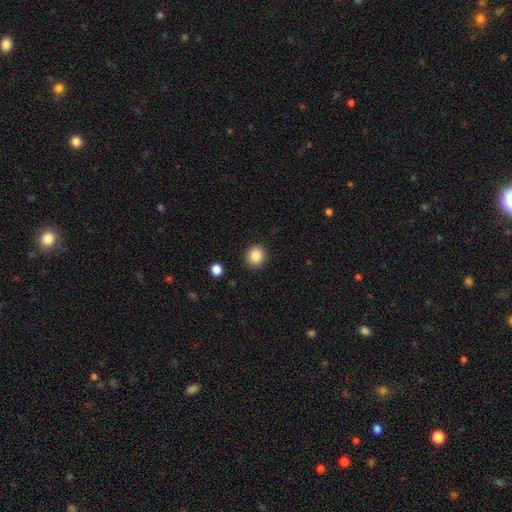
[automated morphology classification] Smooth or featured: smooth — 87% (star or artifact — 9%)
How rounded: round — 88% (in between — 11%)
Merging: none — 90% (minor disturbance — 7%)